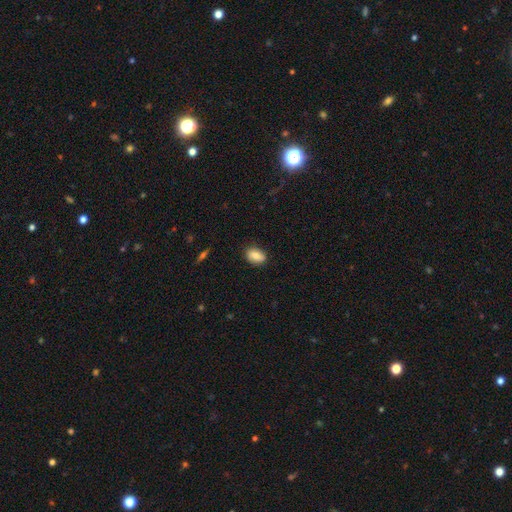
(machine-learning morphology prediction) smooth 79%, featured or disk 13%, star or artifact 8%. Down the decision tree: how rounded — in between (84%); merging — none (82%).